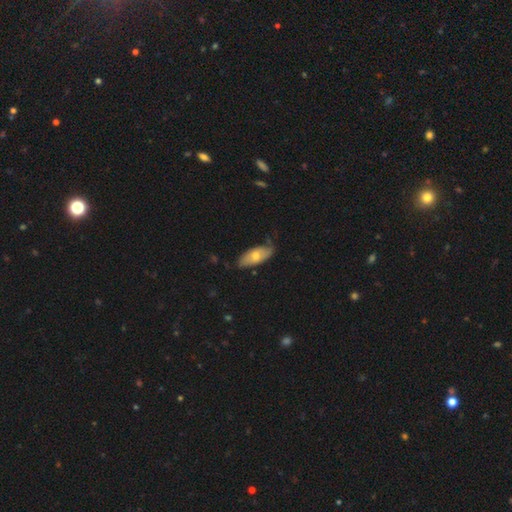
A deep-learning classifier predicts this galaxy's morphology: A smooth galaxy with no disk features (58%) that is in between round and cigar-shaped (82%).

Vote fractions:
- Smooth or featured? smooth: 58% / featured or disk: 36% / star or artifact: 7%
- How rounded? in between: 82% / cigar-shaped: 15% / round: 3%
- Merging? none: 64% / minor disturbance: 28% / major disturbance: 5% / merger: 2%